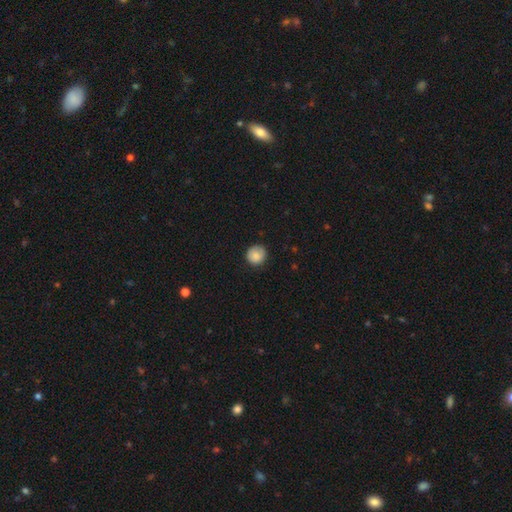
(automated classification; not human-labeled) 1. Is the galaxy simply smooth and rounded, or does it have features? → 84% smooth, 8% star or artifact, 8% featured or disk.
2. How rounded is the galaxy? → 90% round, 9% in between, 1% cigar-shaped.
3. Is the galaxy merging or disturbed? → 81% none, 15% minor disturbance, 3% major disturbance, 1% merger.